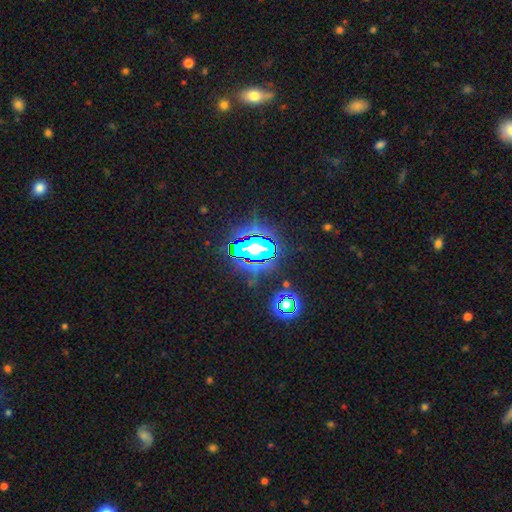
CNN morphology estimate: type=star or artifact (80%).